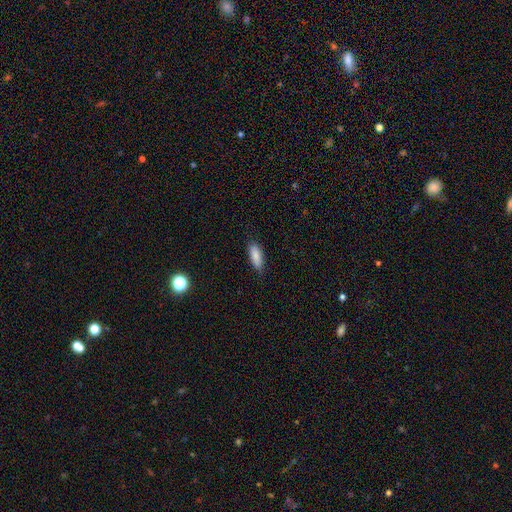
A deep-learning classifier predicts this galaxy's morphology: Smooth or featured: smooth — 85% (featured or disk — 9%)
How rounded: in between — 72% (cigar-shaped — 26%)
Merging: none — 80% (minor disturbance — 16%)